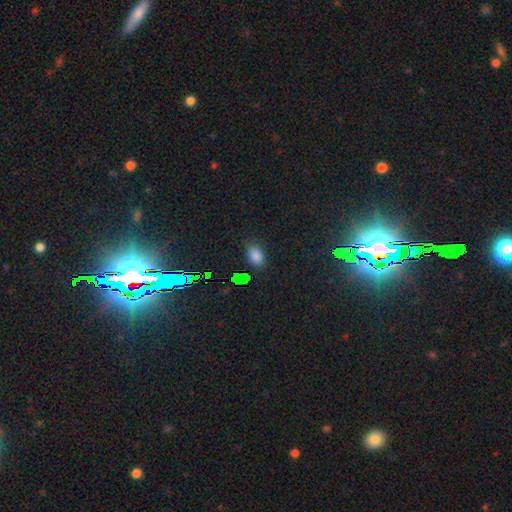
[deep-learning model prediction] Smooth or featured? smooth (77%)
How rounded? in between (81%)
Merging? none (77%)